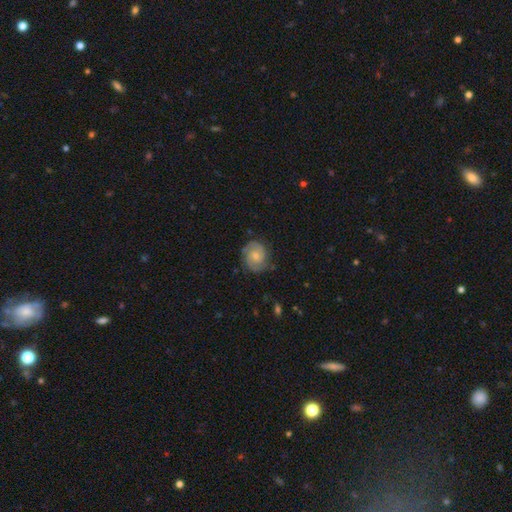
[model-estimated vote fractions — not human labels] Smooth or featured? Predicted: featured or disk (p=0.74). Edge-on disk? Predicted: no (p=0.98). Bar? Predicted: no (p=0.61). Spiral arms? Predicted: yes (p=0.95). Spiral winding? Predicted: tight (p=0.51). Spiral arm count? Predicted: 2 (p=0.76). Bulge size? Predicted: small (p=0.49). Merging? Predicted: none (p=0.77).